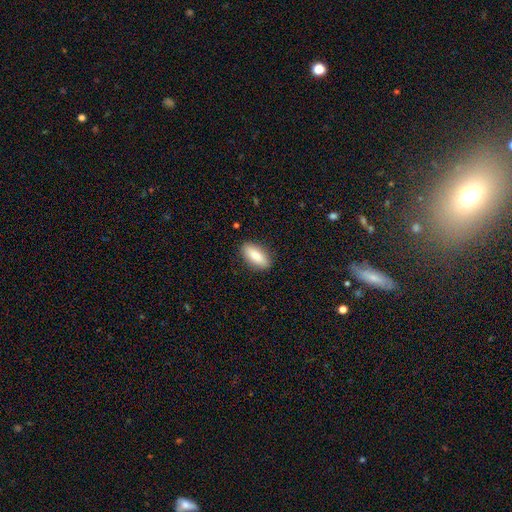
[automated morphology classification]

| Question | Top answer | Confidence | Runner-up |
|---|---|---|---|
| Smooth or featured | smooth | 82% | featured or disk (12%) |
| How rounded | in between | 80% | cigar-shaped (17%) |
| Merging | none | 87% | minor disturbance (10%) |